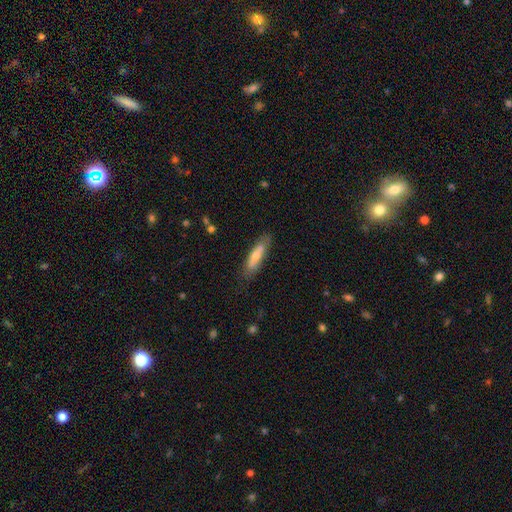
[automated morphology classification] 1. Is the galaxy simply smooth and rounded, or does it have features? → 47% smooth, 44% featured or disk, 9% star or artifact.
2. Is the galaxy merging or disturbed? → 79% none, 15% minor disturbance, 3% major disturbance, 2% merger.